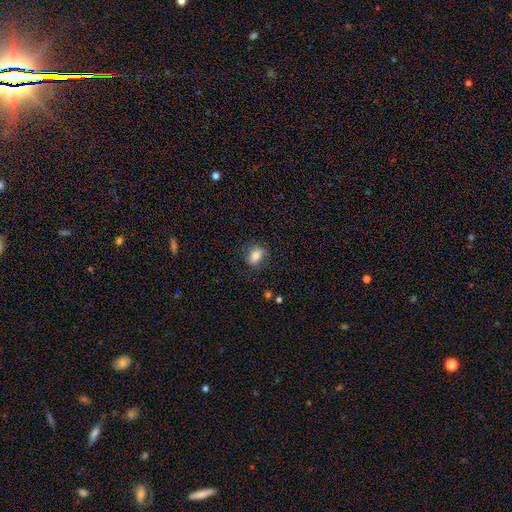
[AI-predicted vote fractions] The model was most divided on "how rounded": in between: 66%, round: 32%, cigar-shaped: 2%. More confident: merging — none (75%); smooth or featured — smooth (74%).